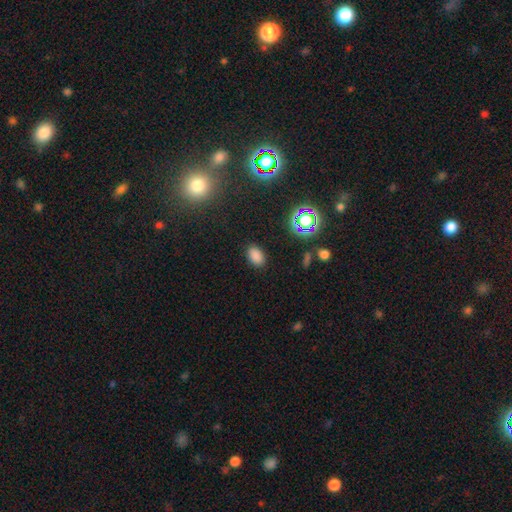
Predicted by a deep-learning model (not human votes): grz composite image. It shows a smooth galaxy with no disk features (81%) that is in between round and cigar-shaped (87%). Merging: none (87%).